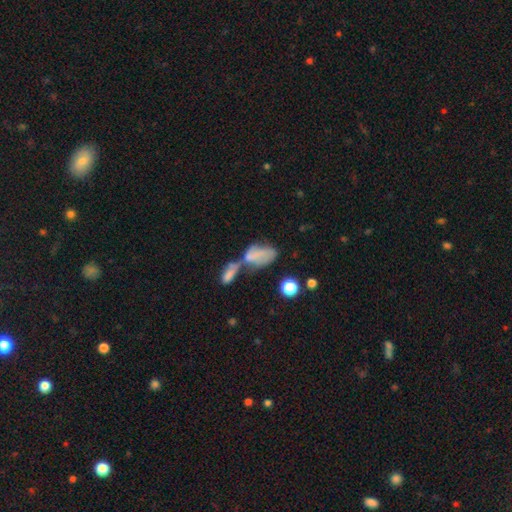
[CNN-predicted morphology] The model was most divided on "smooth or featured": smooth: 58%, featured or disk: 29%, star or artifact: 12%. More confident: how rounded — in between (86%); merging — merger (65%).